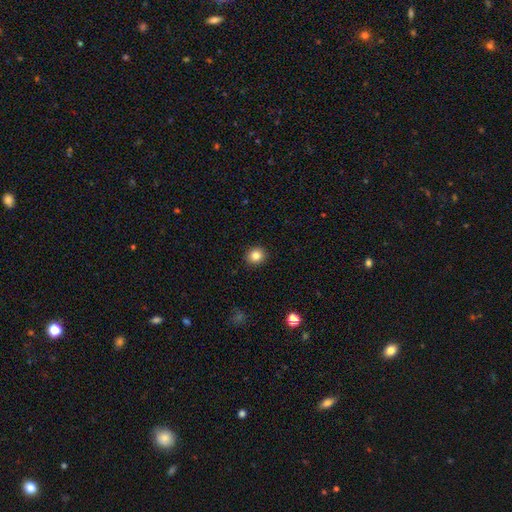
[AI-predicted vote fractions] Smooth or featured?
  - smooth: 83% *
  - star or artifact: 11%
  - featured or disk: 6%
How rounded?
  - round: 85% *
  - in between: 15%
  - cigar-shaped: 1%
Merging?
  - none: 91% *
  - minor disturbance: 6%
  - major disturbance: 2%
  - merger: 1%